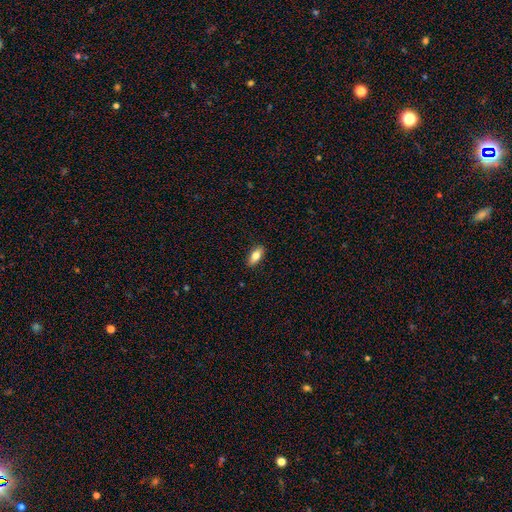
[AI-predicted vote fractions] This appears to be a smooth galaxy with no disk features (75%) that is in between round and cigar-shaped (82%). Merging: none (89%).